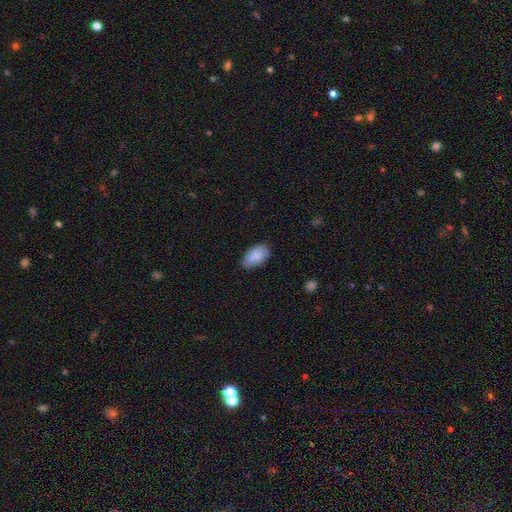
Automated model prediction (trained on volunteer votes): This is likely a smooth galaxy (80%). How rounded: clearly in between (94%). Merging: likely none (70%).